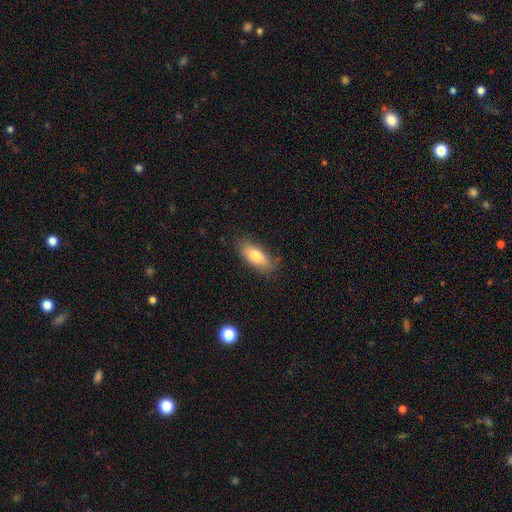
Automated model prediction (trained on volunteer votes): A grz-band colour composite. It shows a smooth galaxy with no disk features (79%) that is in between round and cigar-shaped (79%). Merging: none (79%).